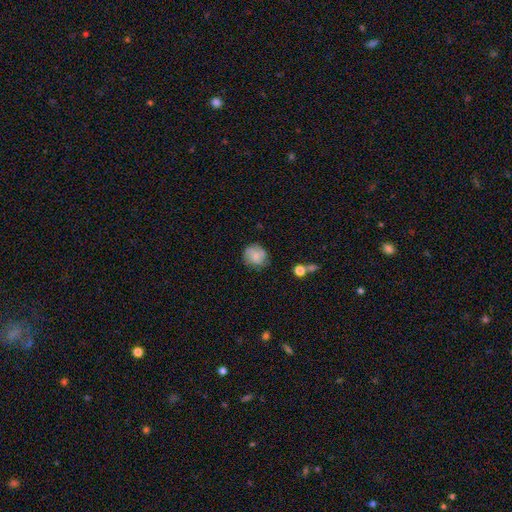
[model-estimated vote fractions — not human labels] Smooth or featured: smooth — 71% (featured or disk — 21%)
How rounded: round — 82% (in between — 17%)
Merging: none — 71% (minor disturbance — 21%)